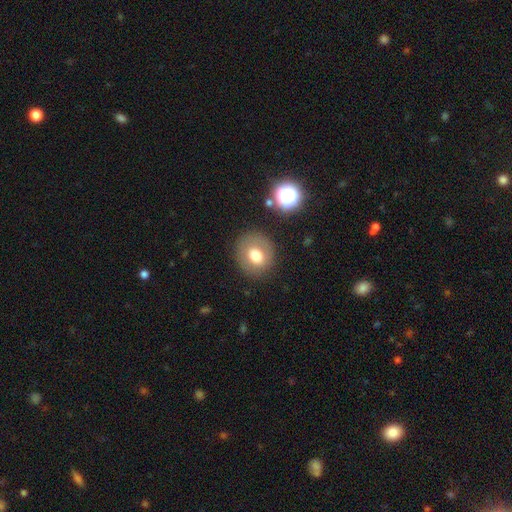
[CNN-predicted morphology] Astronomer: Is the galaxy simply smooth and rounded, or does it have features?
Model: smooth — 69%.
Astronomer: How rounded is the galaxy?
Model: round — 76%.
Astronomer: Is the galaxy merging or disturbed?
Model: none — 82%.